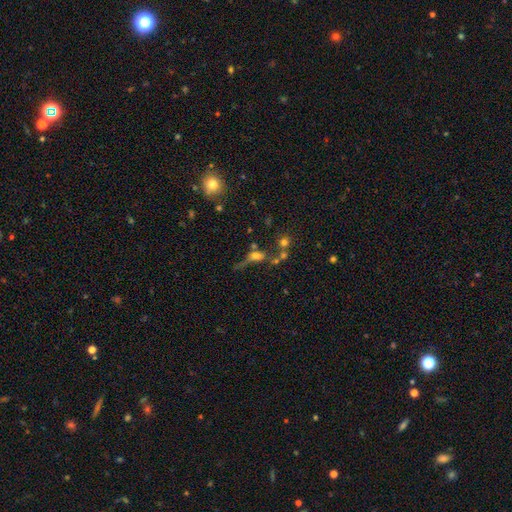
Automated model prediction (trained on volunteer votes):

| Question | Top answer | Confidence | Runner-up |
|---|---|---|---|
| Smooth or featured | smooth | 49% | featured or disk (30%) |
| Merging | none | 35% | merger (26%) |